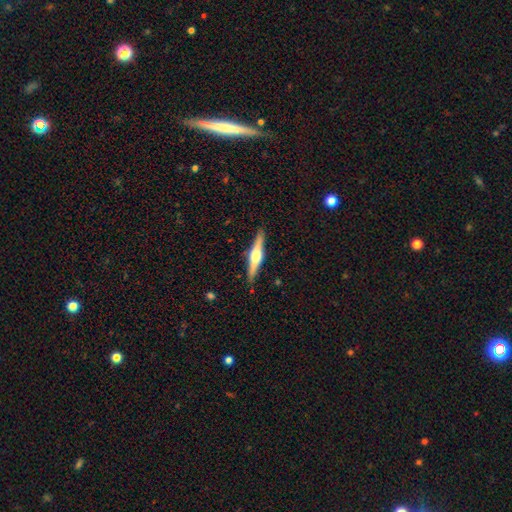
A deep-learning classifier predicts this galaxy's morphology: smooth-or-featured: featured or disk: 71% | smooth: 23% | star or artifact: 5%
  disk-edge-on: yes: 98% | no: 2%
    edge-on-bulge: rounded: 92% | boxy: 6% | none: 2%
  merging: none: 89% | minor disturbance: 8% | major disturbance: 2% | merger: 1%